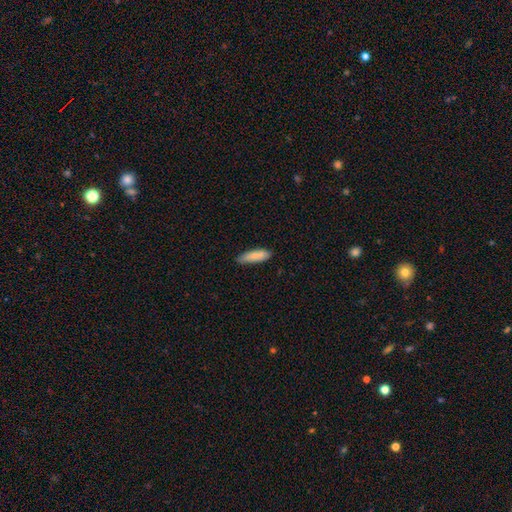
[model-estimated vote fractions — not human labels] Morphology: type=smooth (81%); roundness=cigar-shaped (51%); merging=none (78%).